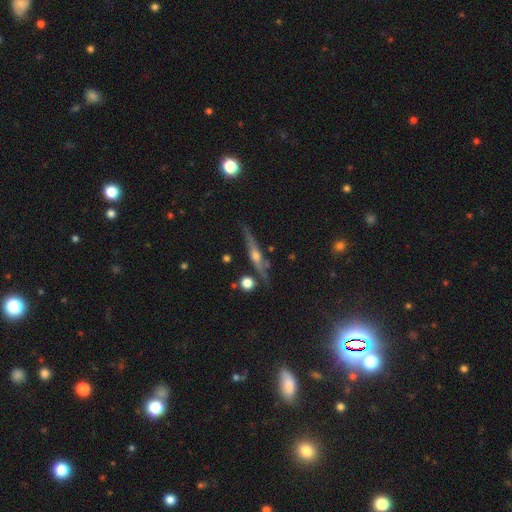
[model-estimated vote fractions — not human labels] smooth_or_featured: featured or disk (p=0.77) [alt: smooth p=0.14]
disk_edge_on: yes (p=0.96) [alt: no p=0.04]
edge_on_bulge: rounded (p=0.87) [alt: none p=0.08]
merging: none (p=0.82) [alt: minor disturbance p=0.12]